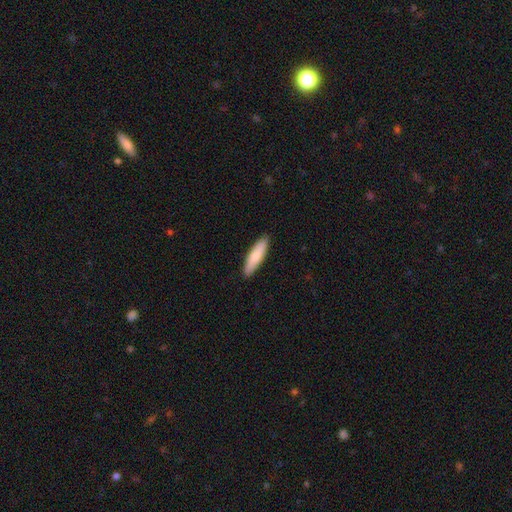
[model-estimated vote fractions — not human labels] Overall: smooth (78%). How rounded: cigar-shaped (68%; in between 31%). Merging: none (90%).